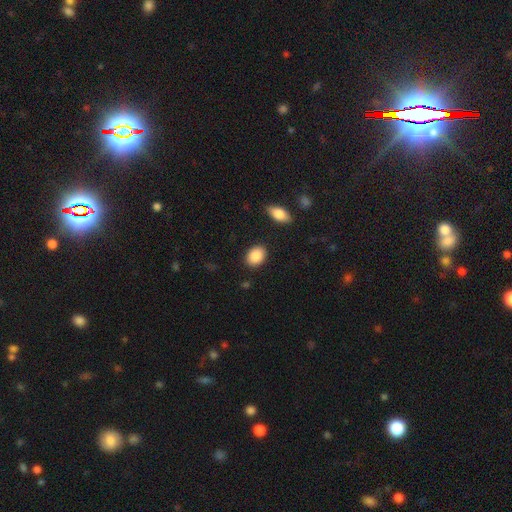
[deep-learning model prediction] Overall: smooth (88%). How rounded: in between (69%; round 30%). Merging: none (88%).